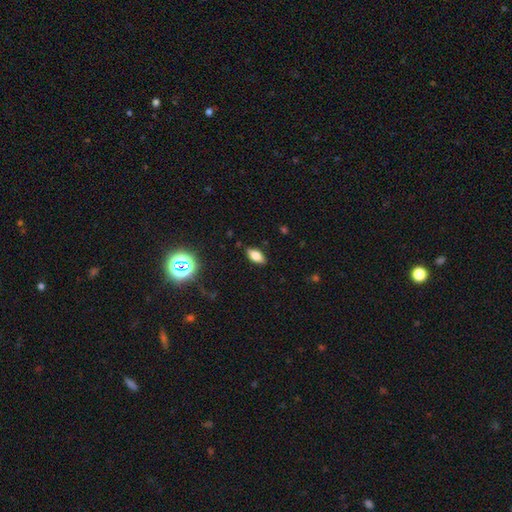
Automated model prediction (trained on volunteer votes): A smooth galaxy with no disk features (74%) that is in between round and cigar-shaped (87%).

Vote fractions:
- Smooth or featured? smooth: 74% / featured or disk: 14% / star or artifact: 12%
- How rounded? in between: 87% / cigar-shaped: 9% / round: 4%
- Merging? none: 87% / minor disturbance: 10% / major disturbance: 2% / merger: 1%